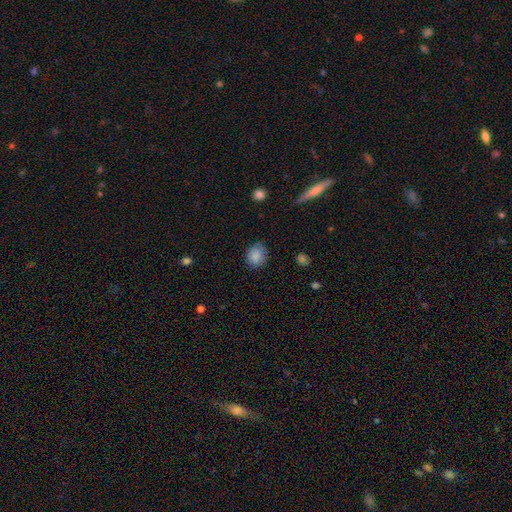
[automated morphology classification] type=smooth (86%); roundness=round (68%); merging=none (77%).